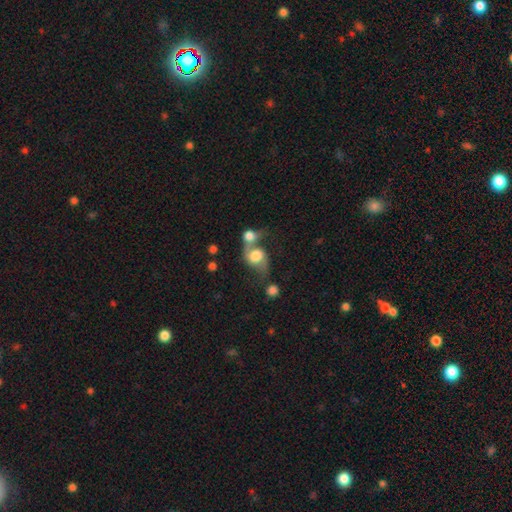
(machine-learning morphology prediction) type=featured or disk (50%); merging=merger (57%).